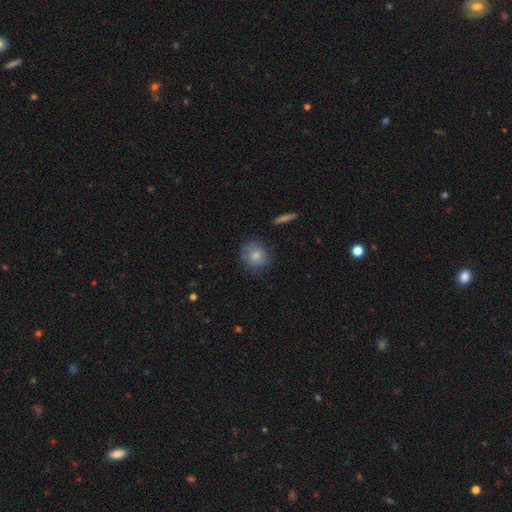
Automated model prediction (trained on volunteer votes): Q: Smooth or featured?
A: smooth (76%); runner-up: featured or disk (16%)
Q: How rounded?
A: round (81%); runner-up: in between (17%)
Q: Merging?
A: none (73%); runner-up: minor disturbance (20%)